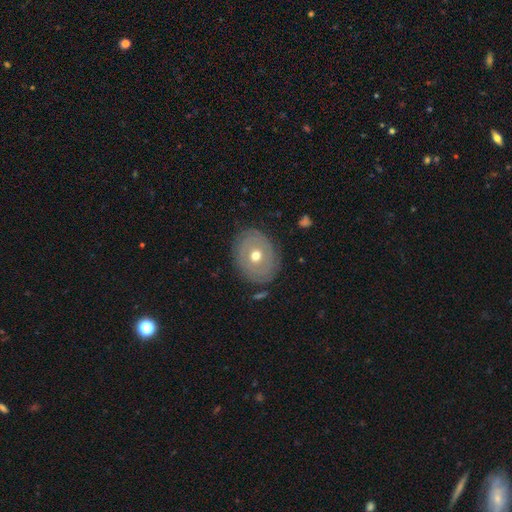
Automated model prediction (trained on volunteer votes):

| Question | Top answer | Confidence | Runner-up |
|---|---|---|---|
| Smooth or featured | featured or disk | 61% | smooth (32%) |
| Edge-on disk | no | 95% | yes (5%) |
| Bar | no | 85% | weak (12%) |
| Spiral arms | yes | 50% | tied: no (50%) |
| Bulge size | moderate | 72% | small (23%) |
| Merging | none | 81% | minor disturbance (13%) |